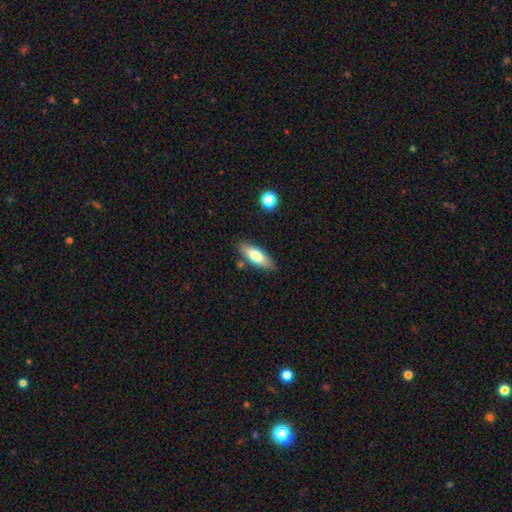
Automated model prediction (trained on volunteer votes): smooth_or_featured: smooth (p=0.70) [alt: featured or disk p=0.24]
how_rounded: in between (p=0.66) [alt: cigar-shaped p=0.32]
merging: none (p=0.82) [alt: minor disturbance p=0.11]